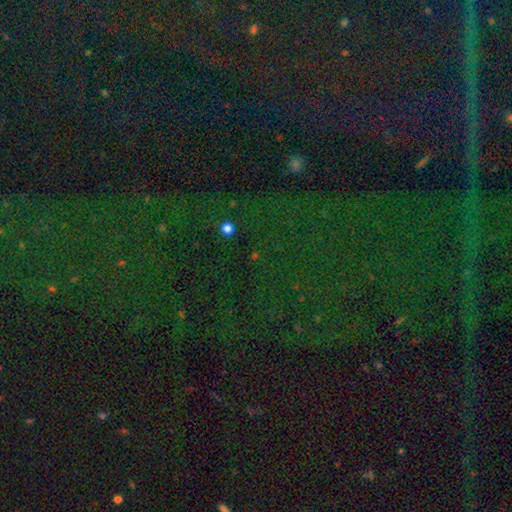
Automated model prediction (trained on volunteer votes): A star or artifact, not a galaxy (68%).